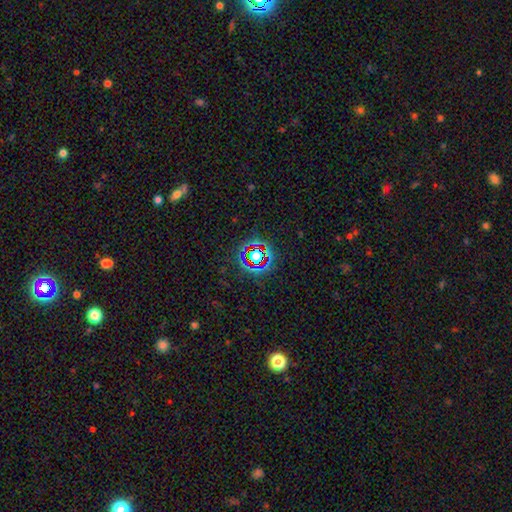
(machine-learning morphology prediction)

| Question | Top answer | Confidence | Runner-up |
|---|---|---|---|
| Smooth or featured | star or artifact | 69% | smooth (20%) |